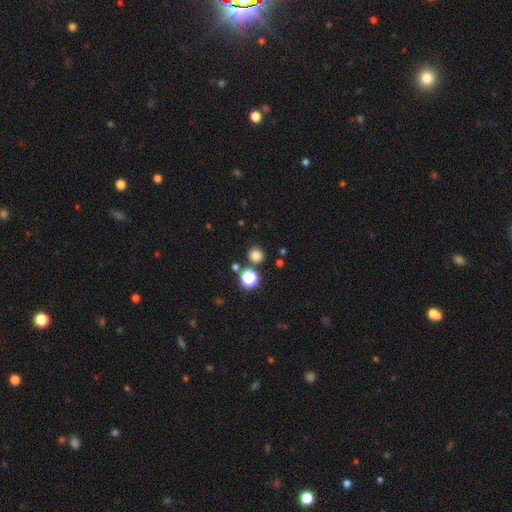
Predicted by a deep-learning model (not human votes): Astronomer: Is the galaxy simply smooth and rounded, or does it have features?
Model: smooth — 78%.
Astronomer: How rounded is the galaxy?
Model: round — 91%.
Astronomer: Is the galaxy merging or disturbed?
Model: none — 84%.